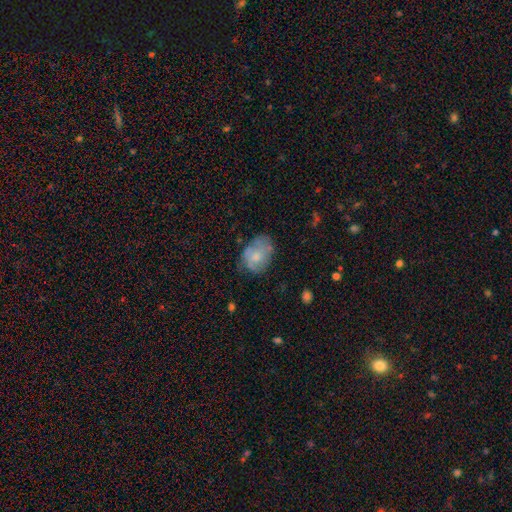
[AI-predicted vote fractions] Smooth or featured?
  - smooth: 61% *
  - featured or disk: 31%
  - star or artifact: 8%
How rounded?
  - in between: 74% *
  - round: 25%
  - cigar-shaped: 1%
Merging?
  - none: 55% *
  - minor disturbance: 30%
  - major disturbance: 12%
  - merger: 3%